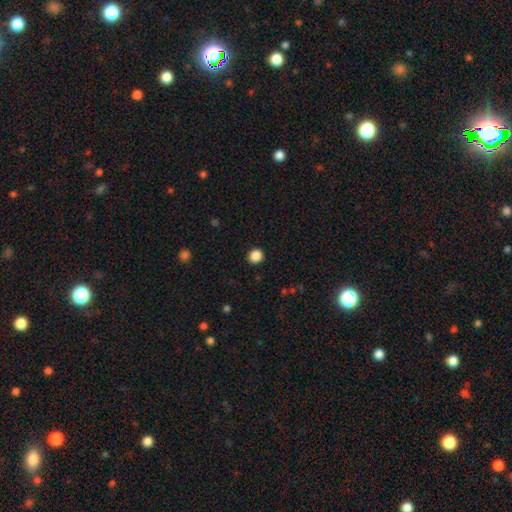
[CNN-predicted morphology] smooth_or_featured: smooth (p=0.87) [alt: star or artifact p=0.10]
how_rounded: round (p=0.90) [alt: in between p=0.09]
merging: none (p=0.92) [alt: minor disturbance p=0.05]